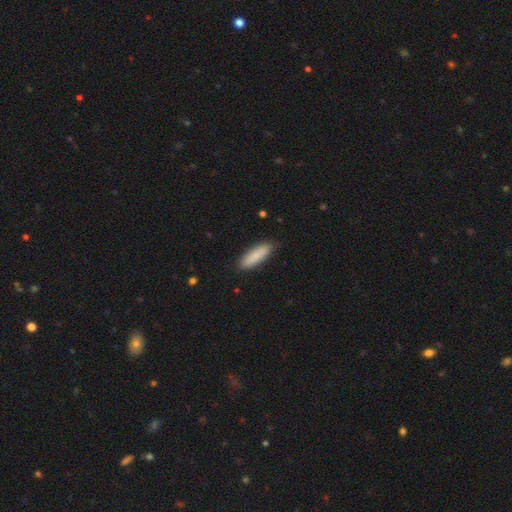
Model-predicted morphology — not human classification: smooth_or_featured: smooth (p=0.87) [alt: featured or disk p=0.07]
how_rounded: cigar-shaped (p=0.62) [alt: in between p=0.36]
merging: none (p=0.88) [alt: minor disturbance p=0.09]